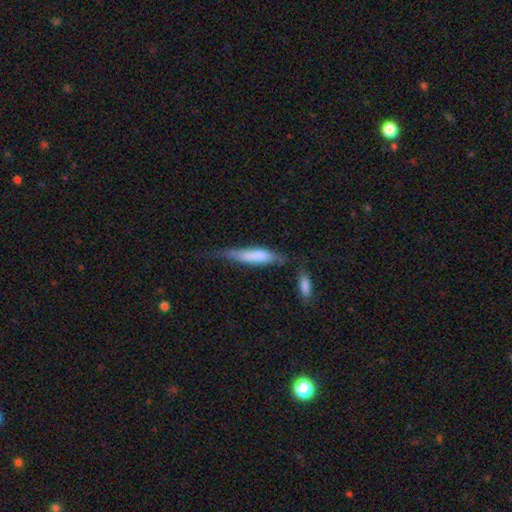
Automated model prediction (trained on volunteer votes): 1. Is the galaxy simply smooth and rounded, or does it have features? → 66% smooth, 28% featured or disk, 6% star or artifact.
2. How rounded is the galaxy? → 77% cigar-shaped, 21% in between, 2% round.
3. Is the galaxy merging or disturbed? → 36% none, 33% minor disturbance, 19% major disturbance, 12% merger.